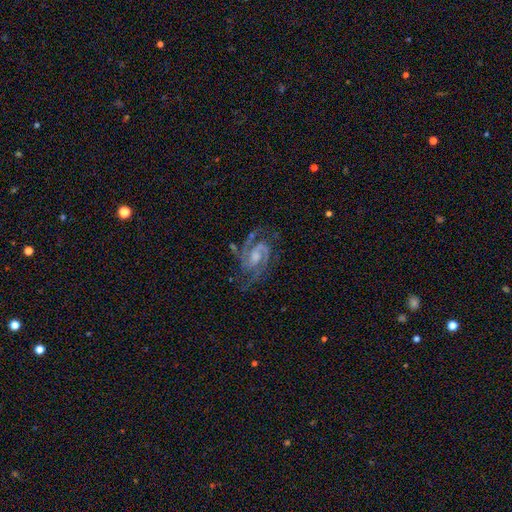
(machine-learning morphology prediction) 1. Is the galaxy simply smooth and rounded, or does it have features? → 90% featured or disk, 6% star or artifact, 4% smooth.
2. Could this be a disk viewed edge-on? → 98% no, 2% yes.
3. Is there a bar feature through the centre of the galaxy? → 49% weak, 36% no, 15% strong.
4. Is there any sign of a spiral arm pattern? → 98% yes, 2% no.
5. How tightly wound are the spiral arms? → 53% medium, 38% tight, 9% loose.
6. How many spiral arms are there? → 65% 2, 18% 3, 6% can't tell, 4% 4, 3% 1, 3% more than 4.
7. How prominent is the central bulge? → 44% moderate, 42% small, 9% none, 4% large, 1% dominant.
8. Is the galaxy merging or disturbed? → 72% none, 17% minor disturbance, 10% major disturbance, 2% merger.